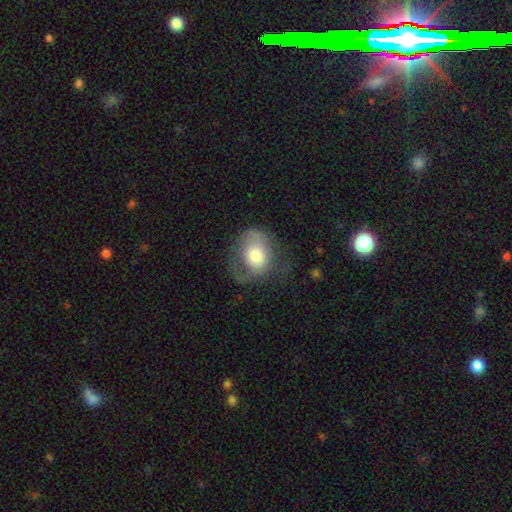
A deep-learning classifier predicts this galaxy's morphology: This is likely a smooth galaxy (63%). How rounded: possibly in between (55%). Merging: marginally none (40%).